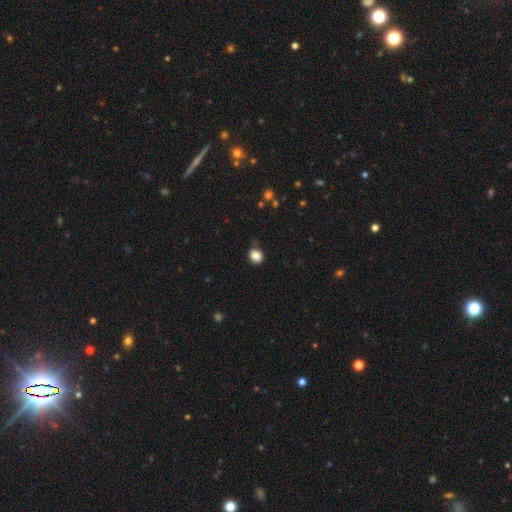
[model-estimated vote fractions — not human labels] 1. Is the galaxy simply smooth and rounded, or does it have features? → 87% smooth, 10% star or artifact, 3% featured or disk.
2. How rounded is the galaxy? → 64% round, 35% in between, 1% cigar-shaped.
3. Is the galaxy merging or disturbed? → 80% none, 15% minor disturbance, 3% major disturbance, 2% merger.